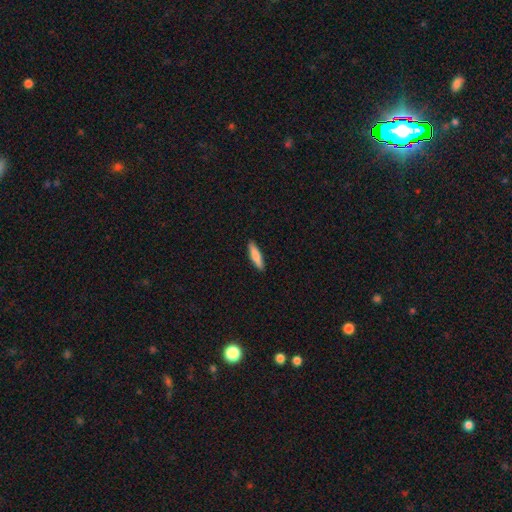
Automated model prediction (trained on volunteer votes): Smooth or featured?
  - smooth: 81% *
  - featured or disk: 13%
  - star or artifact: 5%
How rounded?
  - cigar-shaped: 77% *
  - in between: 21%
  - round: 1%
Merging?
  - none: 91% *
  - minor disturbance: 7%
  - major disturbance: 1%
  - merger: 1%